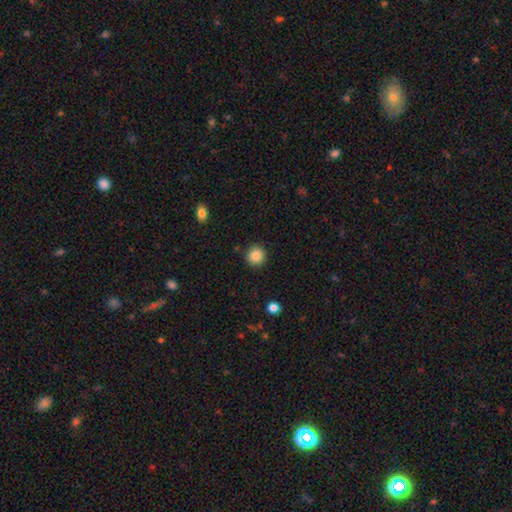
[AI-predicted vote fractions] Q: Smooth or featured?
A: smooth (86%); runner-up: star or artifact (9%)
Q: How rounded?
A: round (94%); runner-up: in between (5%)
Q: Merging?
A: none (91%); runner-up: minor disturbance (6%)